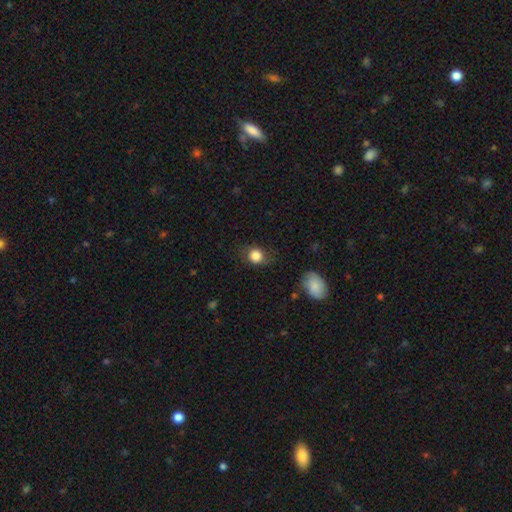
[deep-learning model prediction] smooth 84%, star or artifact 10%, featured or disk 7%. Down the decision tree: how rounded — round (74%); merging — none (72%).